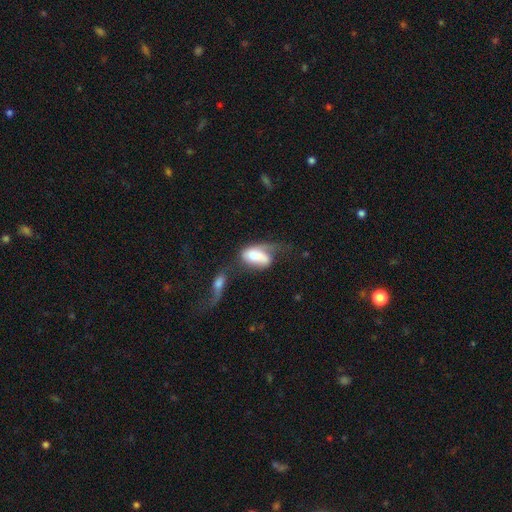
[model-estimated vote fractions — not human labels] The model was most divided on "merging": merger: 36%, major disturbance: 32%, minor disturbance: 16%, none: 16%. More confident: how rounded — in between (91%); smooth or featured — smooth (61%).